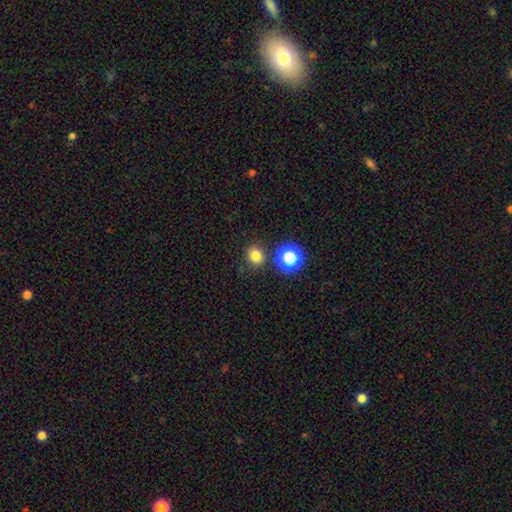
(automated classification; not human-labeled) Q: Smooth or featured?
A: smooth (79%); runner-up: star or artifact (16%)
Q: How rounded?
A: round (74%); runner-up: in between (25%)
Q: Merging?
A: none (84%); runner-up: minor disturbance (8%)